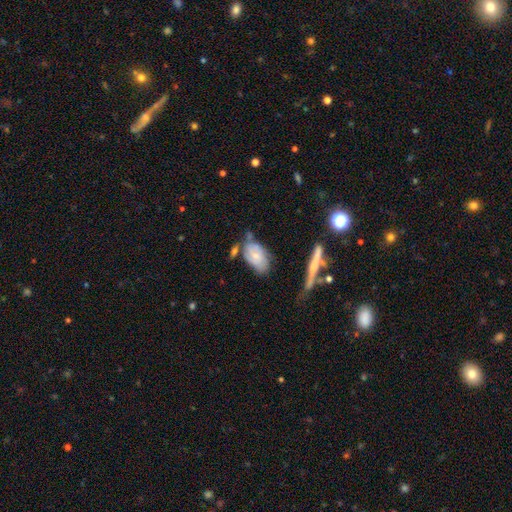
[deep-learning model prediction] The model was most divided on "smooth or featured": smooth: 51%, featured or disk: 42%, star or artifact: 7%. Remaining: how rounded — in between (88%); merging — none (45%).